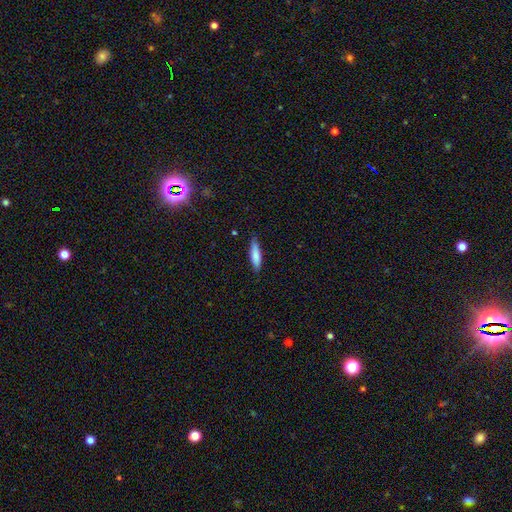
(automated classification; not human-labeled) Smooth or featured?
  - smooth: 78% *
  - featured or disk: 16%
  - star or artifact: 6%
How rounded?
  - cigar-shaped: 68% *
  - in between: 30%
  - round: 2%
Merging?
  - none: 84% *
  - minor disturbance: 13%
  - major disturbance: 2%
  - merger: 1%